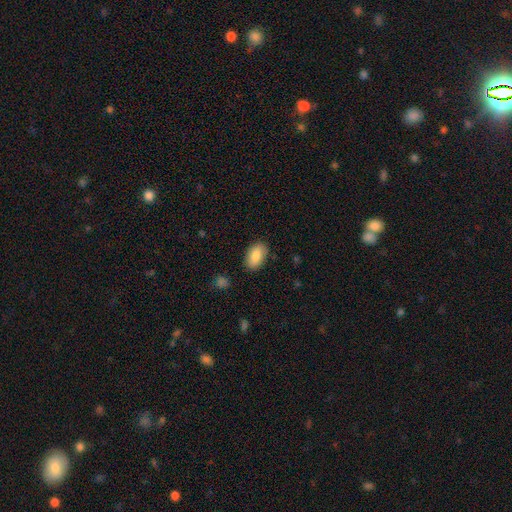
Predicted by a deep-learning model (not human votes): This is clearly a smooth galaxy (87%). How rounded: clearly in between (93%). Merging: clearly none (85%).